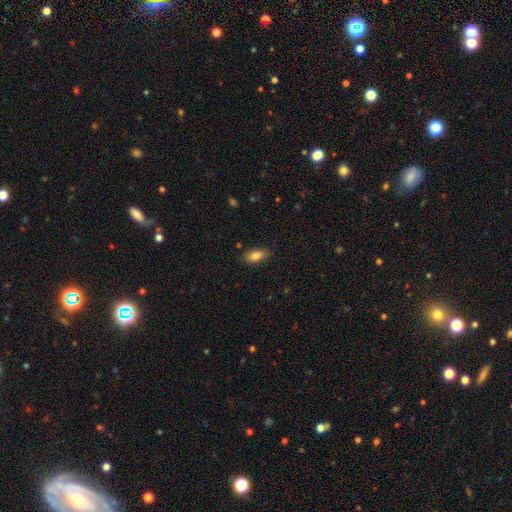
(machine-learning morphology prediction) Q: Smooth or featured?
A: smooth (84%); runner-up: featured or disk (8%)
Q: How rounded?
A: in between (88%); runner-up: cigar-shaped (8%)
Q: Merging?
A: none (85%); runner-up: minor disturbance (12%)